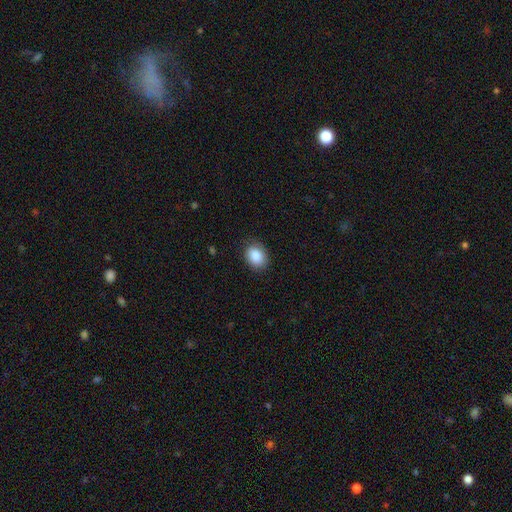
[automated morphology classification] smooth_or_featured: smooth (p=0.88) [alt: star or artifact p=0.07]
how_rounded: in between (p=0.66) [alt: round p=0.33]
merging: none (p=0.82) [alt: minor disturbance p=0.13]